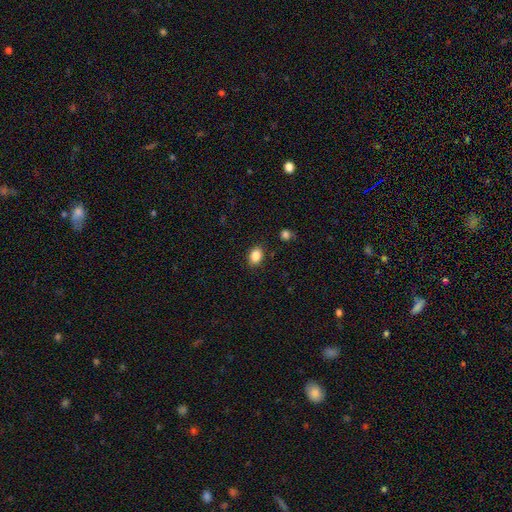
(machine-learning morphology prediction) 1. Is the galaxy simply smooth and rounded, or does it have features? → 86% smooth, 9% star or artifact, 4% featured or disk.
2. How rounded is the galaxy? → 74% in between, 25% round, 1% cigar-shaped.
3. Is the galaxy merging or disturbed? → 87% none, 9% minor disturbance, 2% major disturbance, 2% merger.